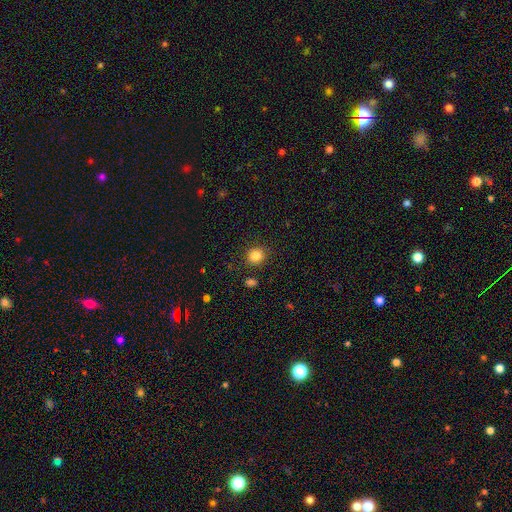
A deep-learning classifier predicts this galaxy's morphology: Q: Smooth or featured?
A: smooth (84%); runner-up: star or artifact (11%)
Q: How rounded?
A: round (83%); runner-up: in between (16%)
Q: Merging?
A: none (87%); runner-up: minor disturbance (8%)